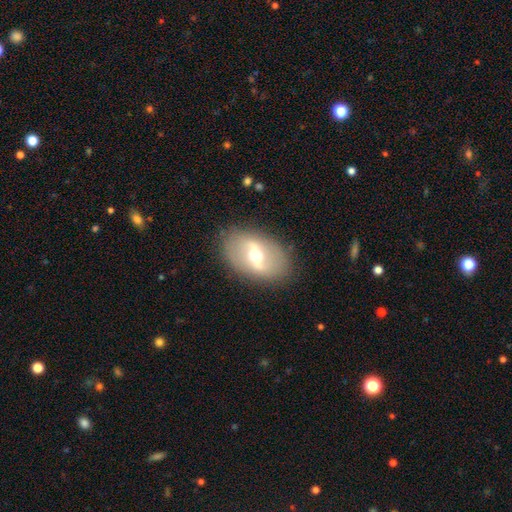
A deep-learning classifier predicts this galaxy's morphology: This appears to be a featured or disk galaxy (66%) with a strong bar (56%), no spiral arms (73%) and a moderate central bulge (69%). Merging: none (84%).